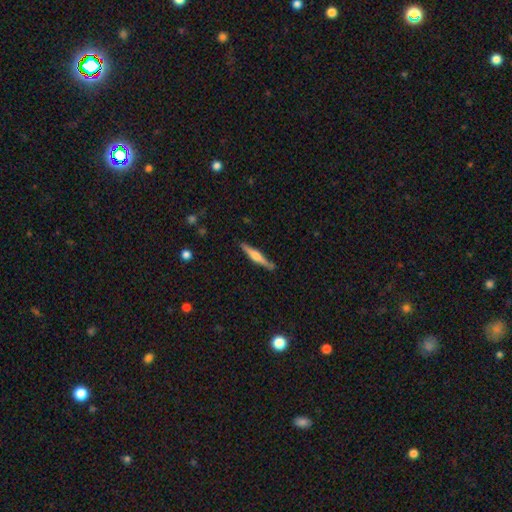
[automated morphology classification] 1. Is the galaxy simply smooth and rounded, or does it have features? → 62% featured or disk, 32% smooth, 5% star or artifact.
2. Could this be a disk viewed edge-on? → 98% yes, 2% no.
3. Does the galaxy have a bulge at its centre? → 83% rounded, 10% boxy, 7% none.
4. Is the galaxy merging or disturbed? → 86% none, 10% minor disturbance, 2% merger, 2% major disturbance.